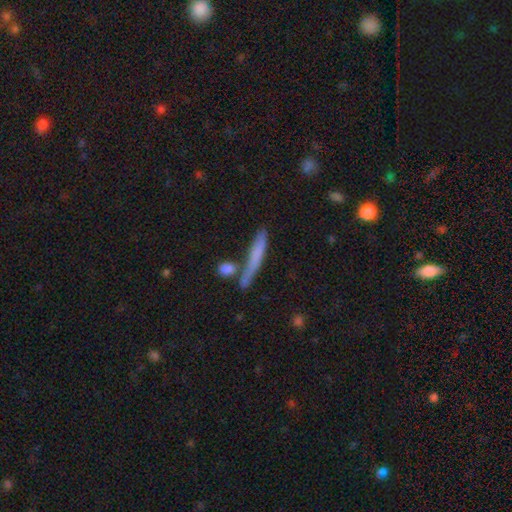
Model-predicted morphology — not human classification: Smooth or featured? Predicted: smooth (p=0.62). How rounded? Predicted: cigar-shaped (p=0.92). Merging? Predicted: none (p=0.66).